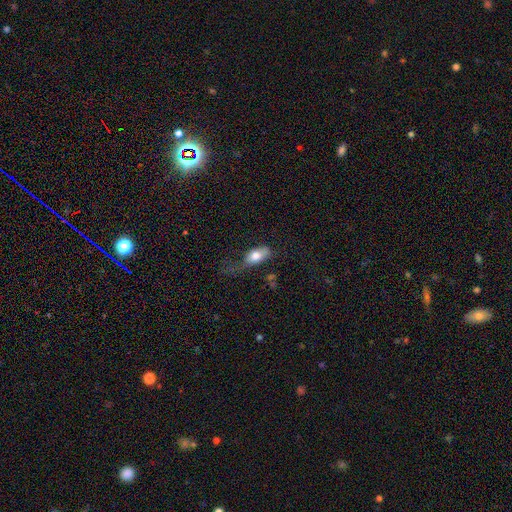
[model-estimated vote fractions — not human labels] Smooth or featured?
  - smooth: 75% *
  - featured or disk: 18%
  - star or artifact: 7%
How rounded?
  - in between: 85% *
  - cigar-shaped: 9%
  - round: 5%
Merging?
  - none: 34% *
  - major disturbance: 32%
  - minor disturbance: 30%
  - merger: 4%